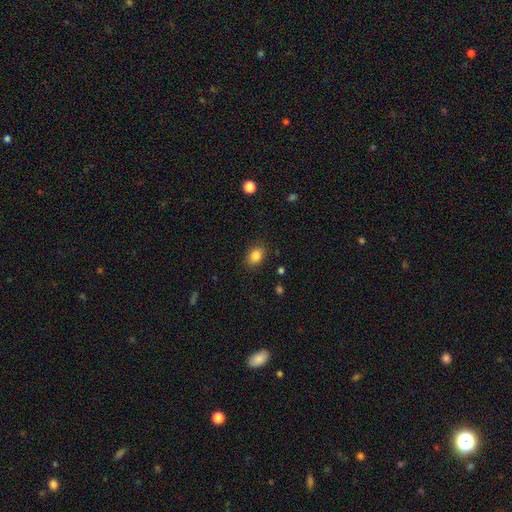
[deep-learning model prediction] smooth-or-featured: smooth: 84% | star or artifact: 10% | featured or disk: 6%
  how-rounded: in between: 68% | round: 31% | cigar-shaped: 1%
  merging: none: 85% | minor disturbance: 11% | major disturbance: 3% | merger: 1%